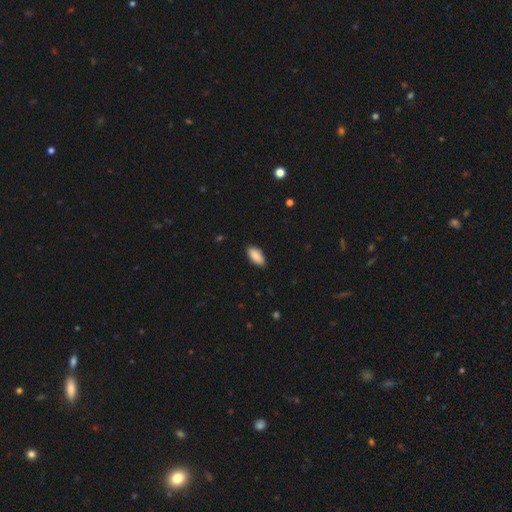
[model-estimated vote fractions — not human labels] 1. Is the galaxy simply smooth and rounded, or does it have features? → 89% smooth, 6% star or artifact, 4% featured or disk.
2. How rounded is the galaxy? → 91% in between, 7% cigar-shaped, 2% round.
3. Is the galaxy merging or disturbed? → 86% none, 11% minor disturbance, 2% major disturbance, 1% merger.